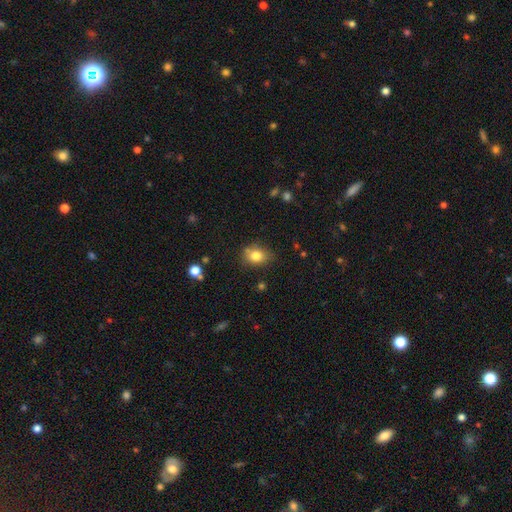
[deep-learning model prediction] Smooth or featured? smooth (80%)
How rounded? in between (56%)
Merging? none (70%)